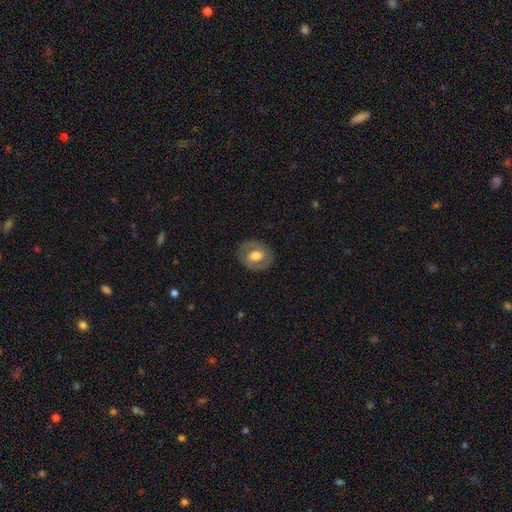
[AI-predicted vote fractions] Q: Smooth or featured?
A: featured or disk (55%); runner-up: smooth (38%)
Q: Edge-on disk?
A: no (96%); runner-up: yes (4%)
Q: Bar?
A: no (42%); runner-up: weak (40%)
Q: Spiral arms?
A: yes (57%); runner-up: no (43%)
Q: Bulge size?
A: moderate (61%); runner-up: large (24%)
Q: Merging?
A: none (82%); runner-up: minor disturbance (12%)